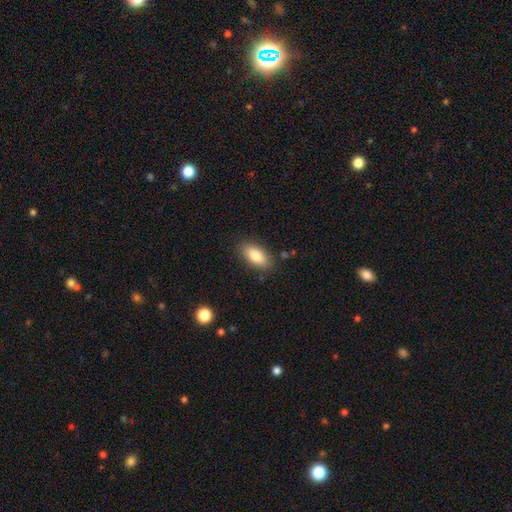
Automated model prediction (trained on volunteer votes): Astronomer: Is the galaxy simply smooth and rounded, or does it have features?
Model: smooth — 83%.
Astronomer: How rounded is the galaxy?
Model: in between — 90%.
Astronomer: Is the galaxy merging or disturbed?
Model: none — 85%.